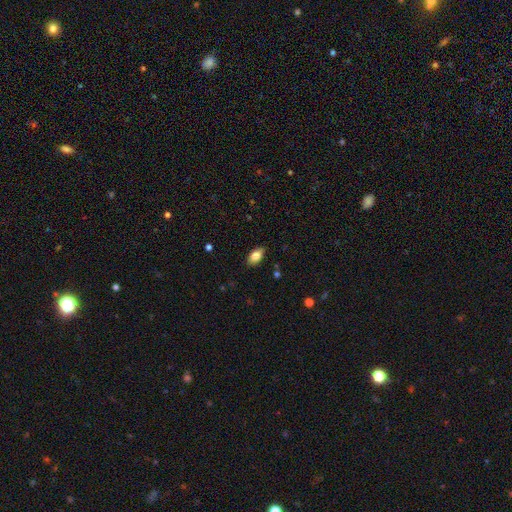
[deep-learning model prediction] smooth-or-featured: smooth: 83% | featured or disk: 10% | star or artifact: 8%
  how-rounded: in between: 92% | round: 5% | cigar-shaped: 4%
  merging: none: 85% | minor disturbance: 12% | major disturbance: 2% | merger: 1%